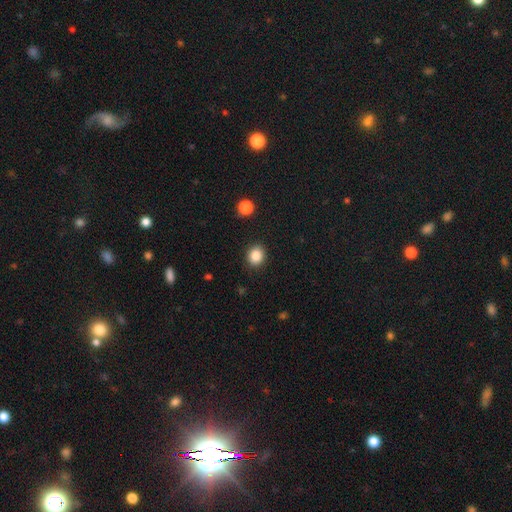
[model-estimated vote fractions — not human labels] Smooth or featured? smooth (86%)
How rounded? round (71%)
Merging? none (89%)